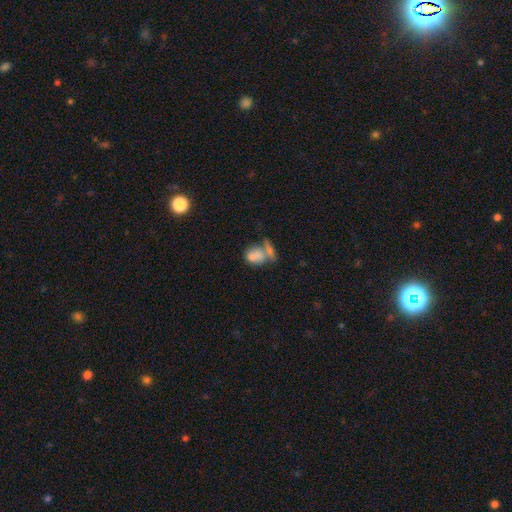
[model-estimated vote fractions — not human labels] Smooth or featured? smooth (73%)
How rounded? in between (70%)
Merging? merger (58%)